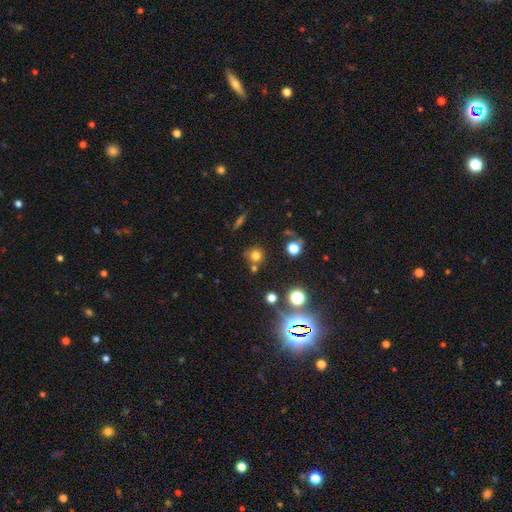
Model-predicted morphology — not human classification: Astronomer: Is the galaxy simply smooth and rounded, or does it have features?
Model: smooth — 70%.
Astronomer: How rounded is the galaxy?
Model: round — 91%.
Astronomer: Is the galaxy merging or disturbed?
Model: none — 70%.